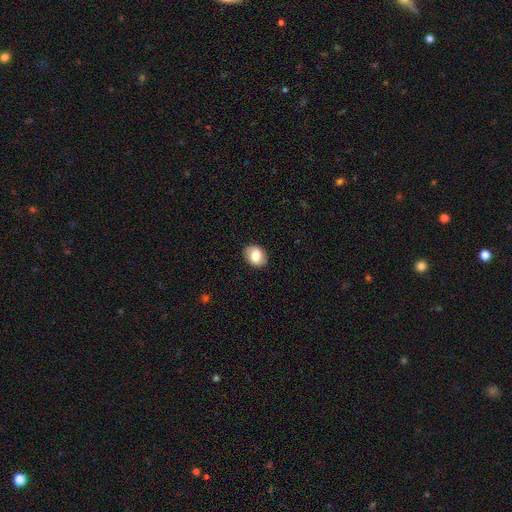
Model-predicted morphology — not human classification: This appears to be a smooth galaxy with no disk features (72%) that is in between round and cigar-shaped (59%). Merging: none (87%).